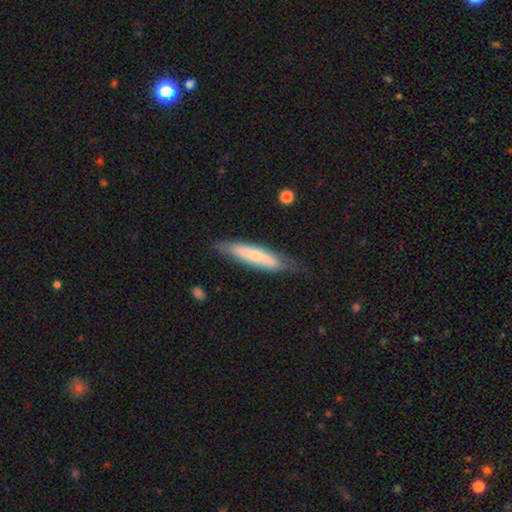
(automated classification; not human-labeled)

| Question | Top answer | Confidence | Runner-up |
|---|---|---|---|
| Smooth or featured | smooth | 52% | featured or disk (42%) |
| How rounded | cigar-shaped | 79% | in between (20%) |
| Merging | none | 68% | minor disturbance (23%) |